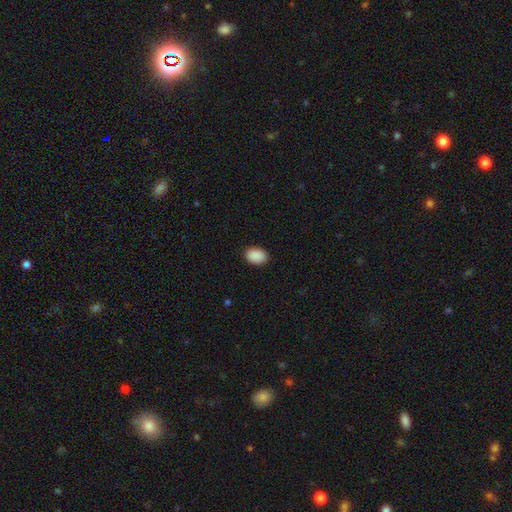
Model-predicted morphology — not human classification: Smooth or featured? Predicted: smooth (p=0.91). How rounded? Predicted: in between (p=0.85). Merging? Predicted: none (p=0.89).